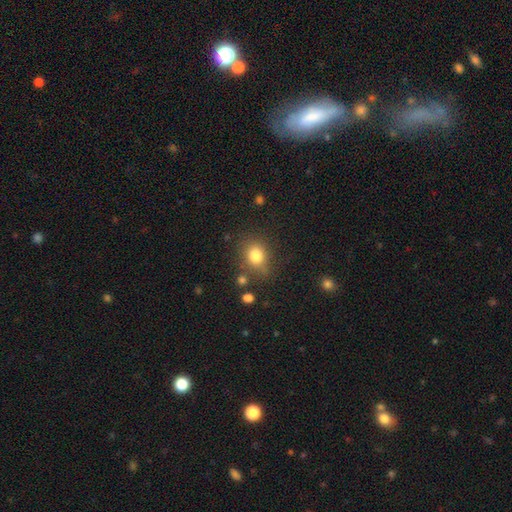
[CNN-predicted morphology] Q: Smooth or featured?
A: smooth (80%); runner-up: star or artifact (12%)
Q: How rounded?
A: round (64%); runner-up: in between (35%)
Q: Merging?
A: none (72%); runner-up: minor disturbance (17%)